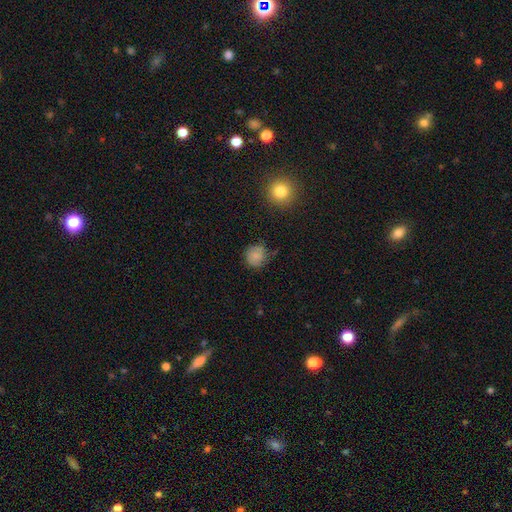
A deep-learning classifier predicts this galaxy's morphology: Q: Smooth or featured?
A: smooth (74%); runner-up: featured or disk (16%)
Q: How rounded?
A: round (87%); runner-up: in between (12%)
Q: Merging?
A: none (68%); runner-up: minor disturbance (23%)